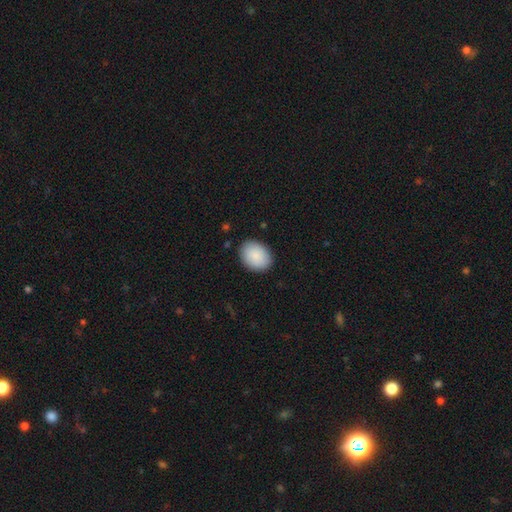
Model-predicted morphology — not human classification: smooth_or_featured: smooth (p=0.89) [alt: star or artifact p=0.06]
how_rounded: in between (p=0.65) [alt: round p=0.34]
merging: none (p=0.88) [alt: minor disturbance p=0.09]